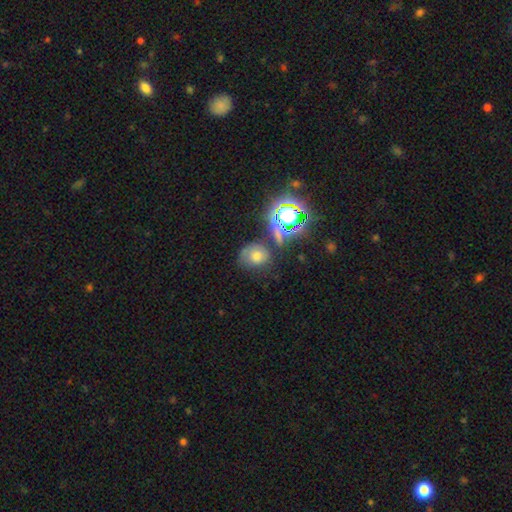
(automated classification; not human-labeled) This appears to be a smooth galaxy with no disk features (57%) that is round (61%). Merging: none (58%).